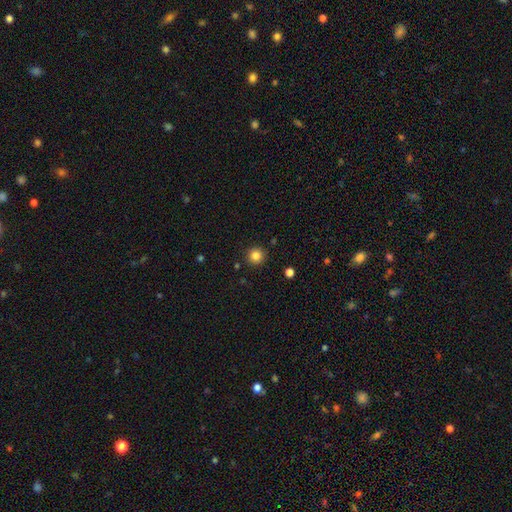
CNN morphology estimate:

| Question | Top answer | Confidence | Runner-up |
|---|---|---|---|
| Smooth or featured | smooth | 84% | star or artifact (12%) |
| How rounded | round | 95% | in between (4%) |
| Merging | none | 91% | minor disturbance (5%) |